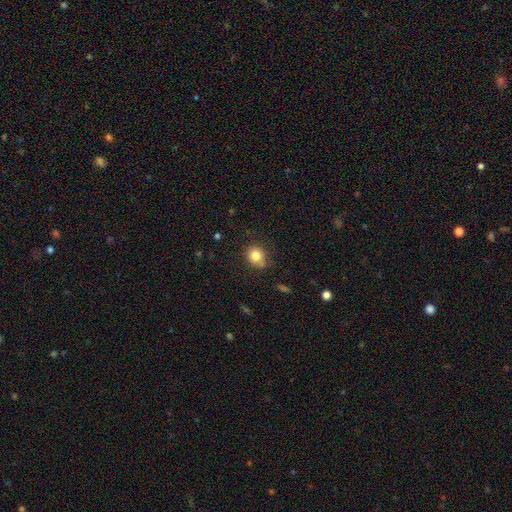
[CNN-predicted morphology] A smooth galaxy with no disk features (81%) that is round (81%). Merging: none (73%).